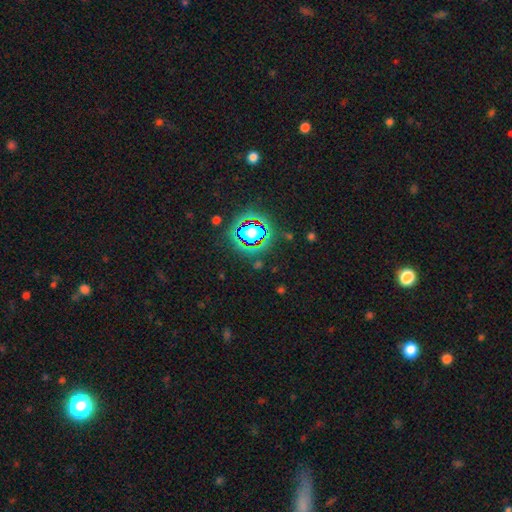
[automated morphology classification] Q: Smooth or featured?
A: star or artifact (80%); runner-up: smooth (12%)